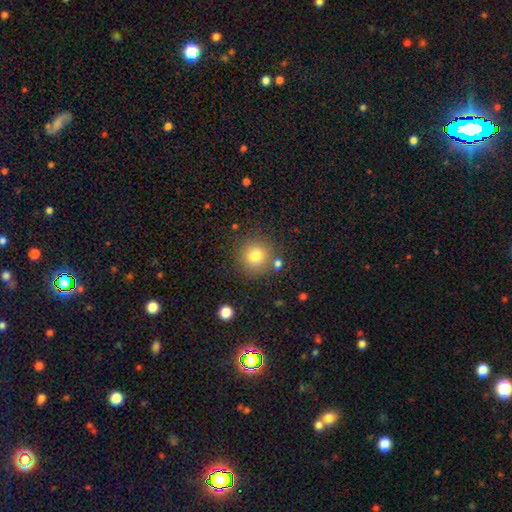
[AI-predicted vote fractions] smooth-or-featured: smooth: 79% | star or artifact: 12% | featured or disk: 9%
  how-rounded: round: 93% | in between: 6% | cigar-shaped: 1%
  merging: none: 81% | minor disturbance: 9% | merger: 7% | major disturbance: 3%